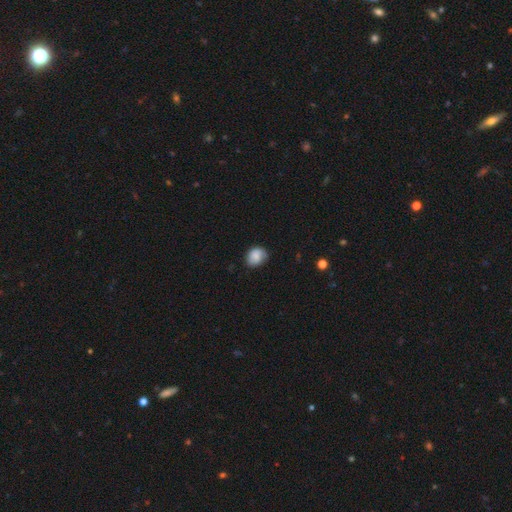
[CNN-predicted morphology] type=smooth (73%); roundness=round (54%); merging=none (61%).